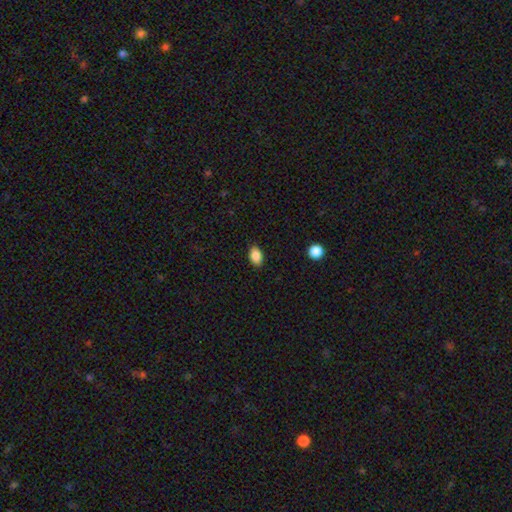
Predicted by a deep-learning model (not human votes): This appears to be a smooth galaxy with no disk features (87%) that is in between round and cigar-shaped (88%). Merging: none (88%).